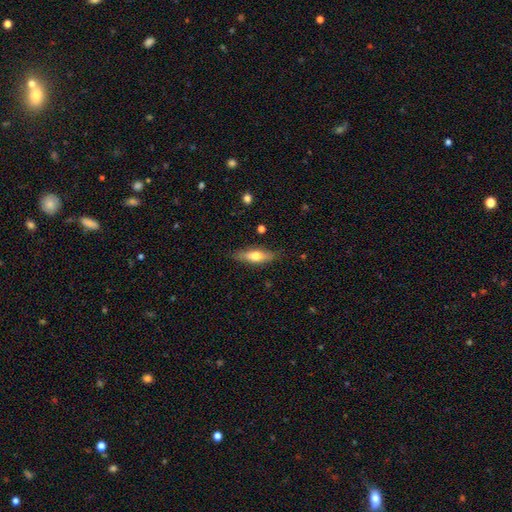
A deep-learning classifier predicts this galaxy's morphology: Smooth or featured? Predicted: smooth (p=0.62). How rounded? Predicted: in between (p=0.53). Merging? Predicted: none (p=0.80).